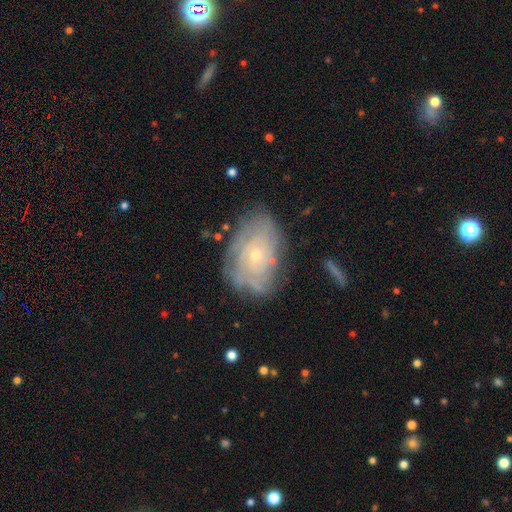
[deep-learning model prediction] Overall: featured or disk (74%). Edge-on disk: no (95%). Bar: no (83%). Spiral arms: yes (82%). Spiral arm count: can't tell (58%). Spiral winding: tight (73%). Bulge size: small (75%). Merging: none (69%).